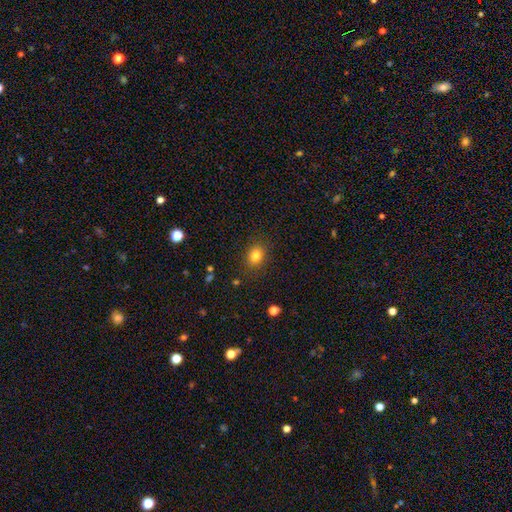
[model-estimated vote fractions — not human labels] A smooth galaxy with no disk features (81%) that is round (56%).

Vote fractions:
- Smooth or featured? smooth: 81% / star or artifact: 12% / featured or disk: 7%
- How rounded? round: 56% / in between: 43% / cigar-shaped: 1%
- Merging? none: 86% / minor disturbance: 10% / major disturbance: 3% / merger: 1%